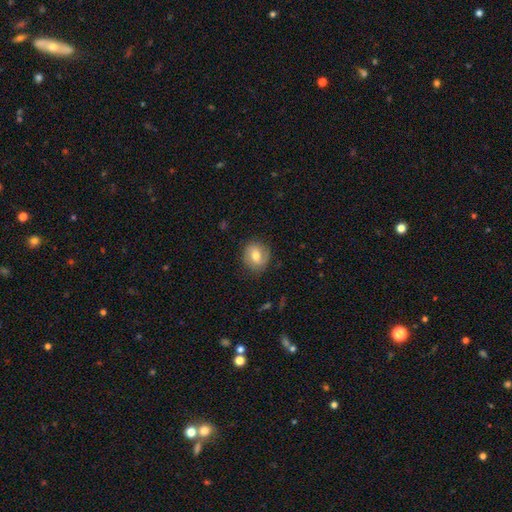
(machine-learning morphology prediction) Smooth or featured: smooth — 67% (featured or disk — 25%)
How rounded: round — 74% (in between — 25%)
Merging: none — 82% (minor disturbance — 14%)